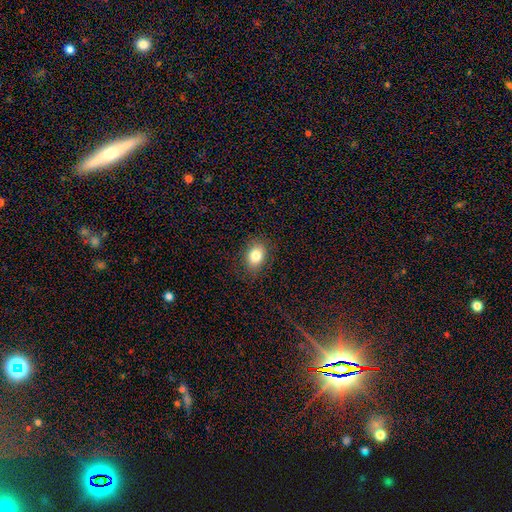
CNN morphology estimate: This is clearly a smooth galaxy (82%). How rounded: likely in between (71%). Merging: clearly none (85%).